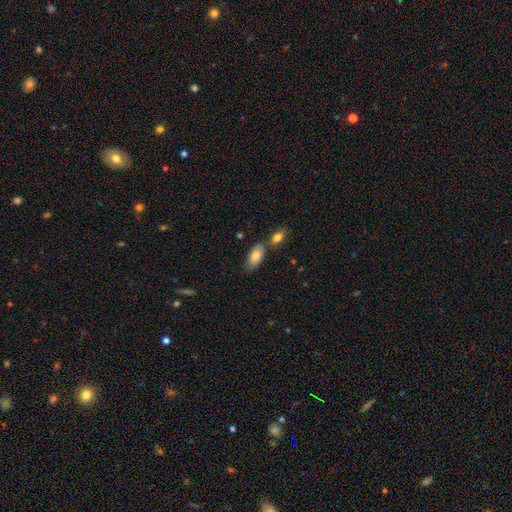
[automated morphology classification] Smooth or featured: smooth — 79% (featured or disk — 14%)
How rounded: in between — 91% (cigar-shaped — 6%)
Merging: none — 55% (merger — 23%)